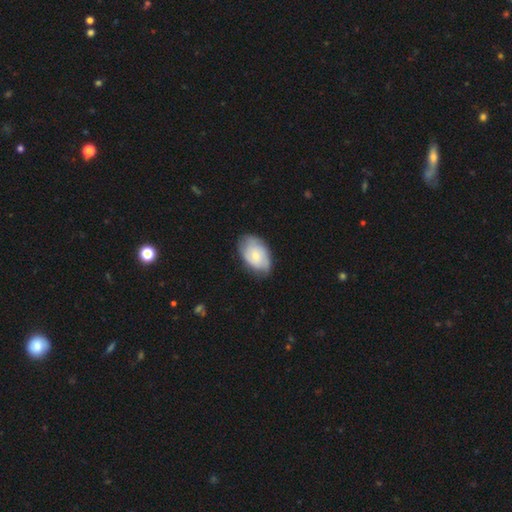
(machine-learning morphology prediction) This appears to be a smooth galaxy with no disk features (56%) that is in between round and cigar-shaped (88%). Merging: none (70%).